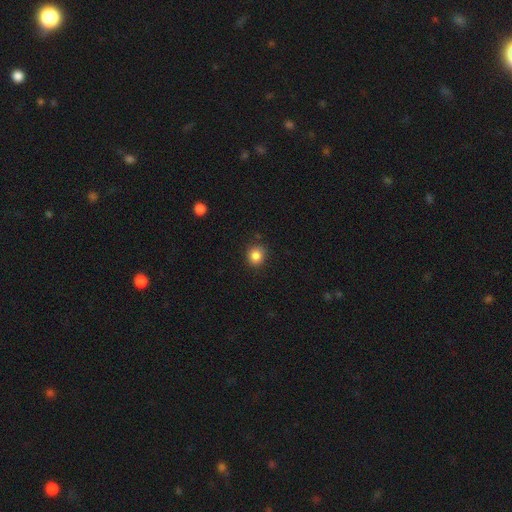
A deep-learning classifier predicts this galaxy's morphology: smooth_or_featured: smooth (p=0.85) [alt: star or artifact p=0.11]
how_rounded: round (p=0.86) [alt: in between p=0.13]
merging: none (p=0.89) [alt: minor disturbance p=0.08]